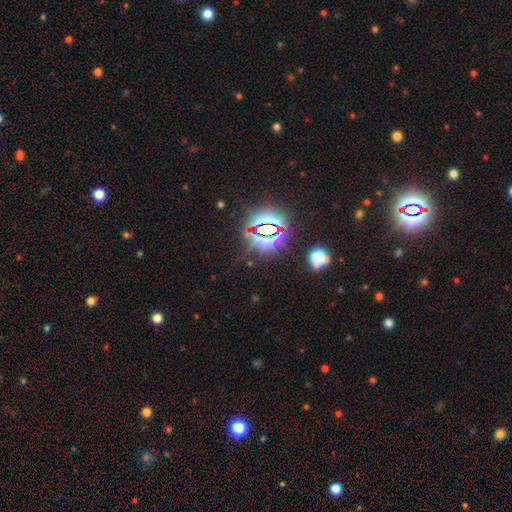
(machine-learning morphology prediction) smooth_or_featured: star or artifact (p=0.84) [alt: smooth p=0.10]